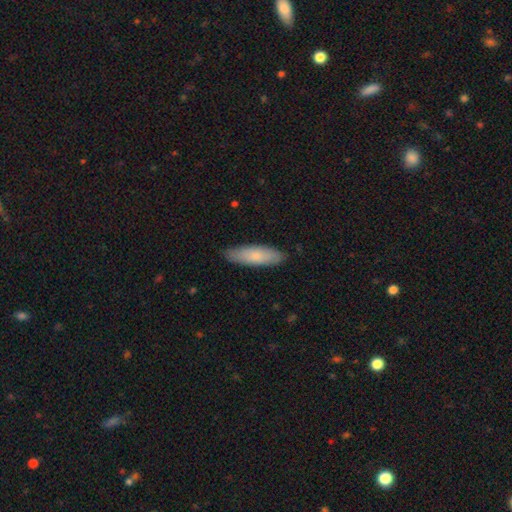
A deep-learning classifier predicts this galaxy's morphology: smooth_or_featured: smooth (p=0.79) [alt: featured or disk p=0.16]
how_rounded: cigar-shaped (p=0.55) [alt: in between p=0.43]
merging: none (p=0.86) [alt: minor disturbance p=0.11]